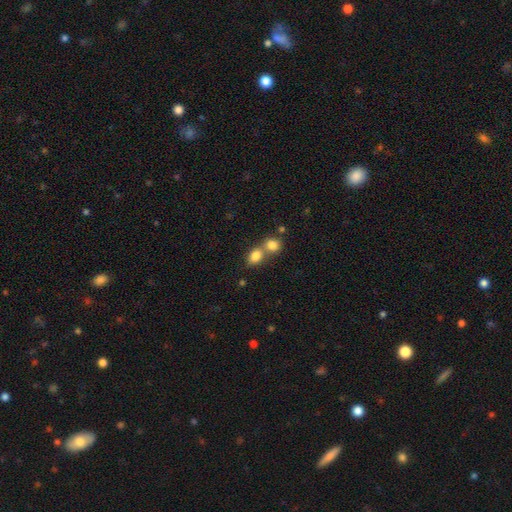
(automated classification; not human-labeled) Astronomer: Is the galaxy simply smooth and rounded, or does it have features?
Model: smooth — 82%.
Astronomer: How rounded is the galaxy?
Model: in between — 64%.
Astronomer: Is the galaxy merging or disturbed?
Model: merger — 56% (runner-up: none, 34%).